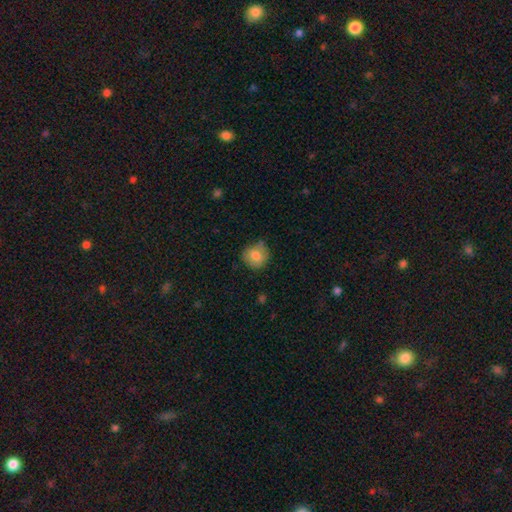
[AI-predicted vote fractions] Q: Smooth or featured?
A: smooth (79%); runner-up: featured or disk (12%)
Q: How rounded?
A: round (89%); runner-up: in between (10%)
Q: Merging?
A: none (70%); runner-up: minor disturbance (23%)